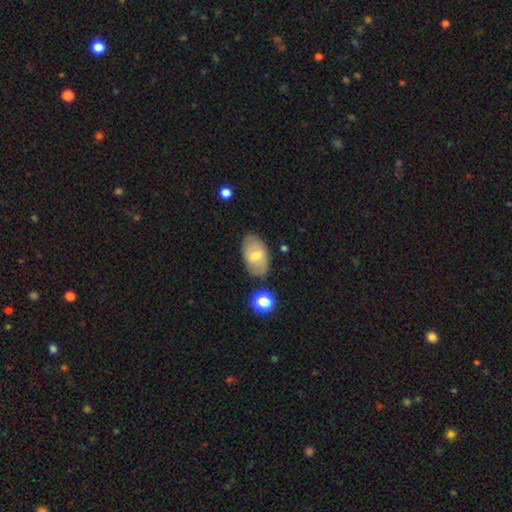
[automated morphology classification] Q: Smooth or featured?
A: smooth (60%); runner-up: featured or disk (32%)
Q: How rounded?
A: in between (91%); runner-up: round (7%)
Q: Merging?
A: none (79%); runner-up: minor disturbance (15%)